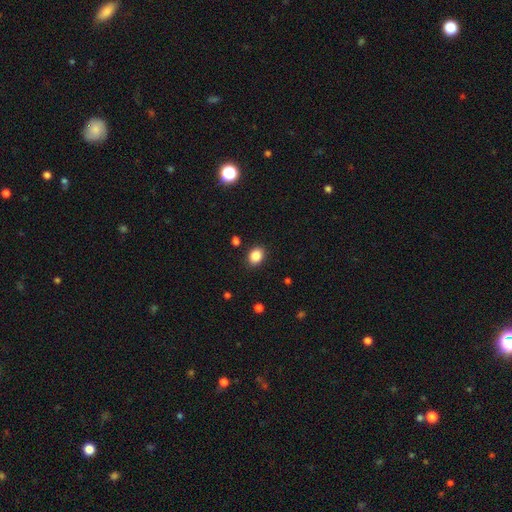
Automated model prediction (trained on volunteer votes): The model was most divided on "how rounded": in between: 55%, round: 44%, cigar-shaped: 1%. More confident: merging — none (88%); smooth or featured — smooth (86%).